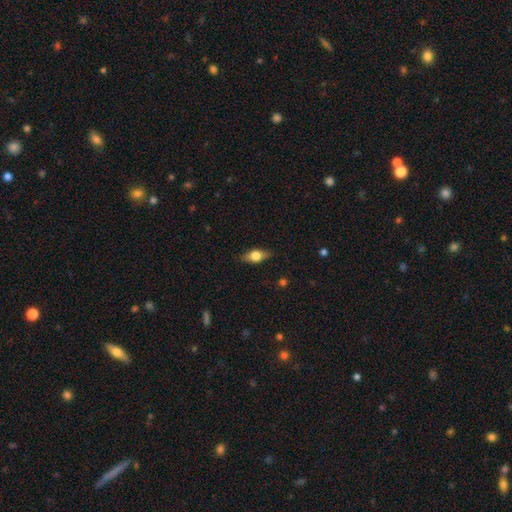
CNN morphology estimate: This appears to be a smooth galaxy with no disk features (60%) that is in between round and cigar-shaped (76%). Merging: none (84%).